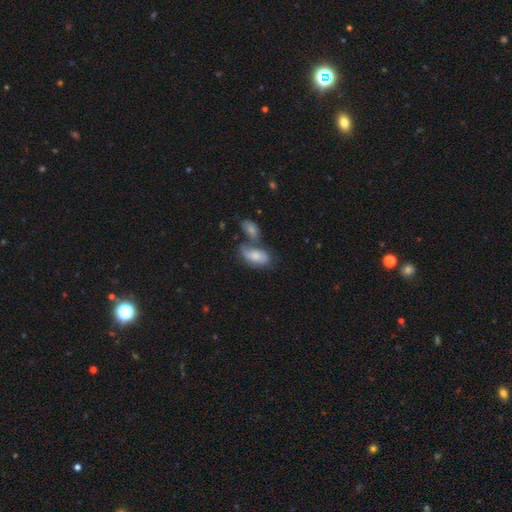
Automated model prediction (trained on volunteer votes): Q: Smooth or featured?
A: smooth (67%); runner-up: featured or disk (26%)
Q: How rounded?
A: in between (91%); runner-up: cigar-shaped (5%)
Q: Merging?
A: merger (43%); runner-up: none (31%)